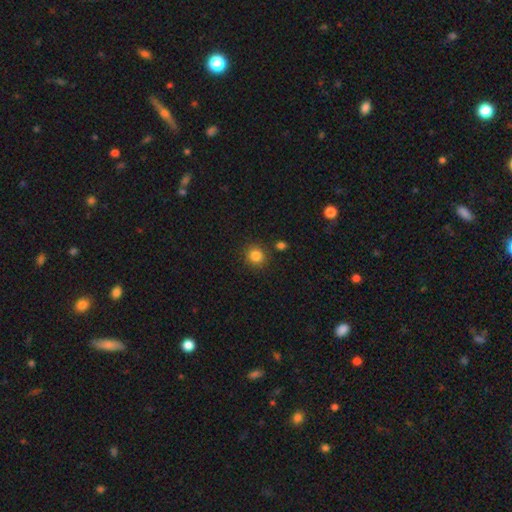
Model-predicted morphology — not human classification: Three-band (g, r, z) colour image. It shows a smooth galaxy with no disk features (84%) that is round (90%). Merging: none (86%).